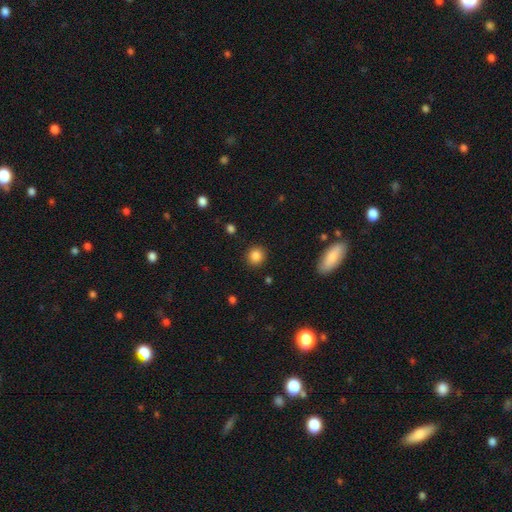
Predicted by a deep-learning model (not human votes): Smooth or featured: smooth — 86% (star or artifact — 10%)
How rounded: round — 90% (in between — 9%)
Merging: none — 90% (minor disturbance — 6%)